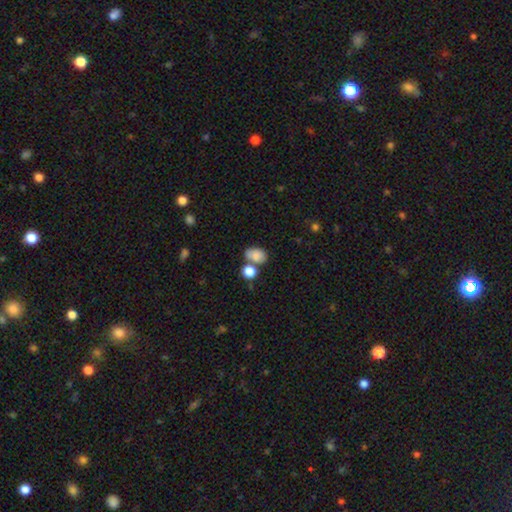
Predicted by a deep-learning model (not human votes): smooth_or_featured: smooth (p=0.82) [alt: star or artifact p=0.09]
how_rounded: in between (p=0.77) [alt: round p=0.22]
merging: none (p=0.47) [alt: merger p=0.31]